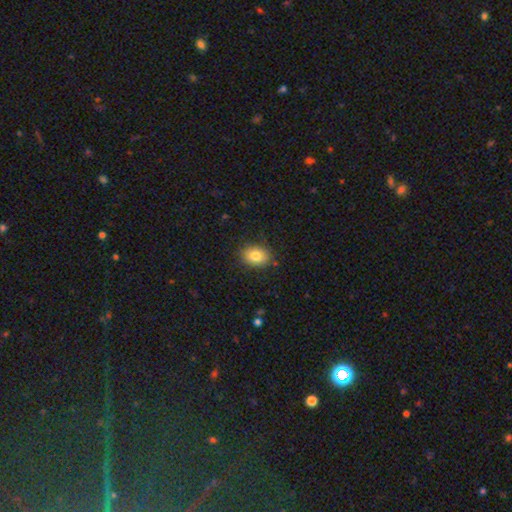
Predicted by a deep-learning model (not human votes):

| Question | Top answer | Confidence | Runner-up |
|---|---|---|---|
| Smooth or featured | smooth | 81% | featured or disk (10%) |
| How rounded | in between | 65% | round (34%) |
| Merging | none | 85% | minor disturbance (11%) |